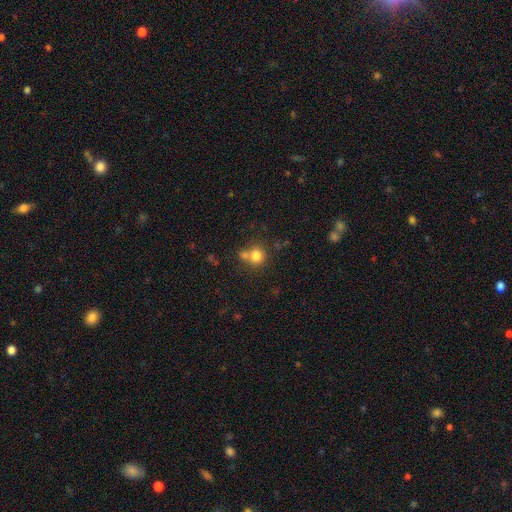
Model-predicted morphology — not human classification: This is likely a smooth galaxy (79%). How rounded: clearly round (84%). Merging: possibly none (53%).